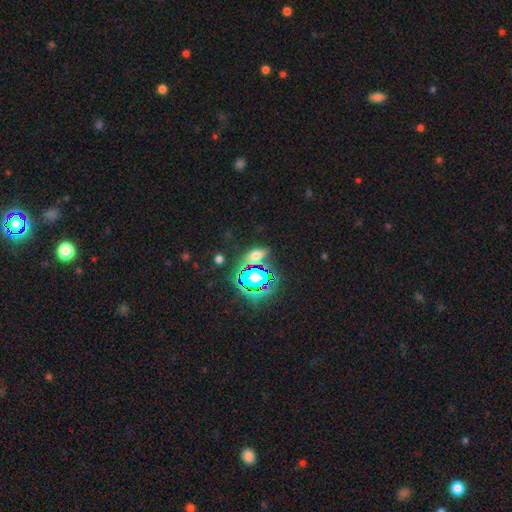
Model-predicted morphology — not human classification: A smooth galaxy with no disk features (48%). Merging: none (72%).